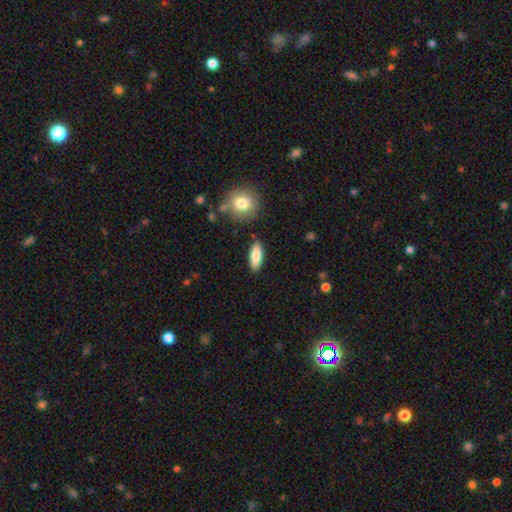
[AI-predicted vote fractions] Smooth or featured? Predicted: smooth (p=0.82). How rounded? Predicted: in between (p=0.74). Merging? Predicted: none (p=0.86).